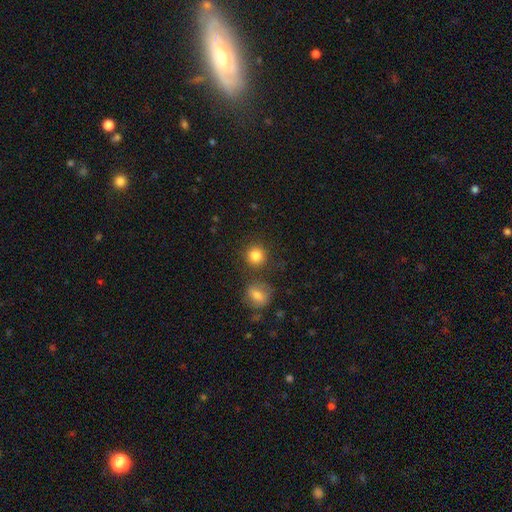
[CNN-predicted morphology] Smooth or featured?
  - smooth: 83% *
  - star or artifact: 11%
  - featured or disk: 6%
How rounded?
  - round: 90% *
  - in between: 9%
  - cigar-shaped: 1%
Merging?
  - none: 78% *
  - merger: 11%
  - minor disturbance: 8%
  - major disturbance: 3%